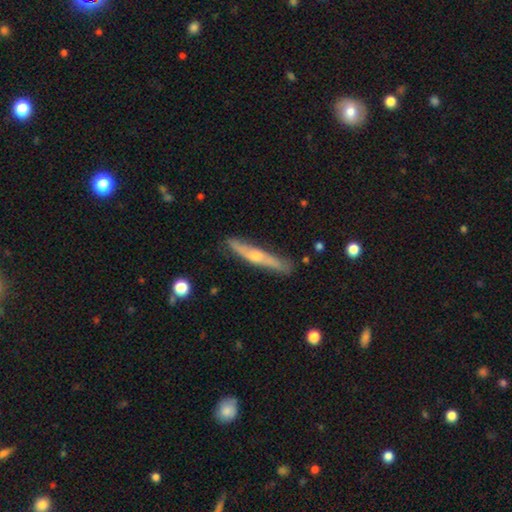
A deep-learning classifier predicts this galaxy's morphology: This is likely a featured or disk galaxy (66%). It is clearly viewed edge-on (89%). Edge-on bulge: likely rounded (78%). Merging: clearly none (82%).